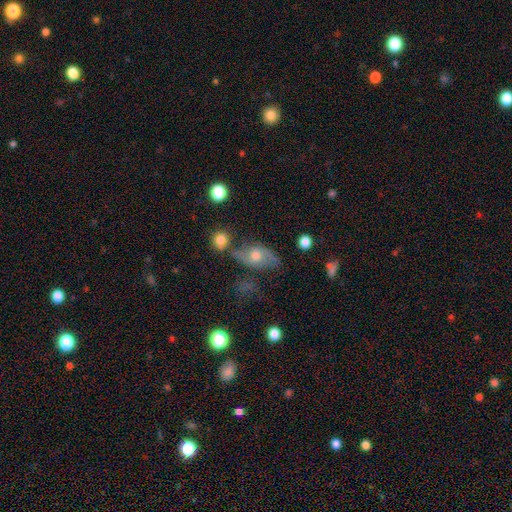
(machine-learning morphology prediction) Overall: featured or disk (46%; smooth 44%). Merging: none (51%; minor disturbance 24%).